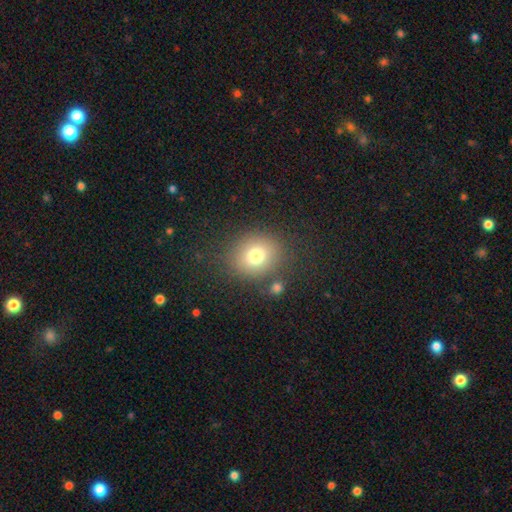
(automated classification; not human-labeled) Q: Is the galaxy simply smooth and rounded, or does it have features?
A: smooth — 75%.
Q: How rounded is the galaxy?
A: round — 75%.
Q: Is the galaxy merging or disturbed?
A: none — 79%.